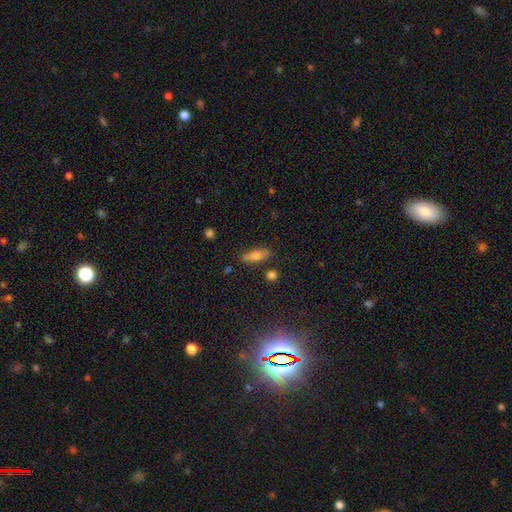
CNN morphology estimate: smooth-or-featured: smooth: 70% | featured or disk: 19% | star or artifact: 11%
  how-rounded: in between: 65% | cigar-shaped: 31% | round: 4%
  merging: none: 83% | minor disturbance: 11% | merger: 3% | major disturbance: 3%